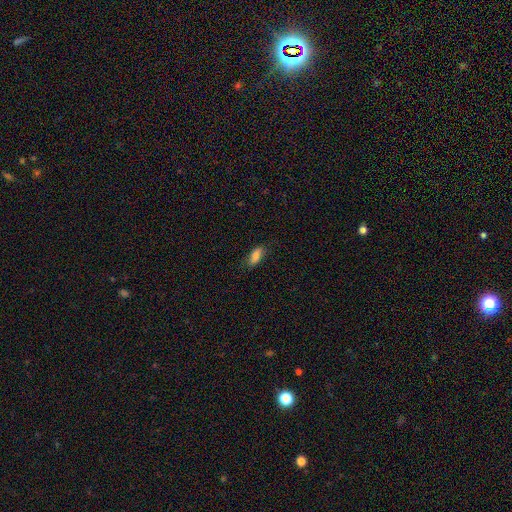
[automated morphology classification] smooth_or_featured: smooth (p=0.83) [alt: featured or disk p=0.10]
how_rounded: in between (p=0.84) [alt: cigar-shaped p=0.13]
merging: none (p=0.76) [alt: minor disturbance p=0.19]